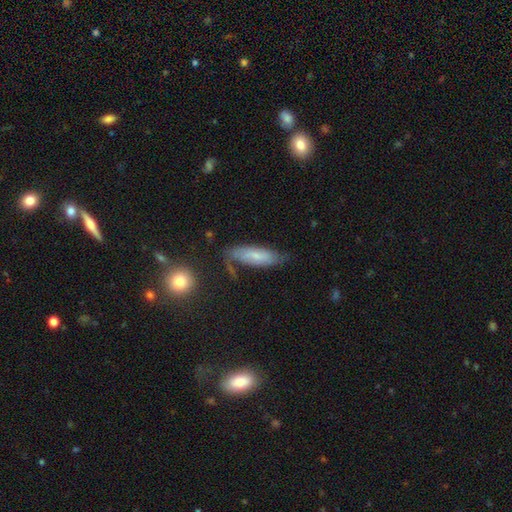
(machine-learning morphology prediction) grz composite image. It shows a smooth galaxy with no disk features (50%) that is in between round and cigar-shaped (57%). Merging: none (55%).